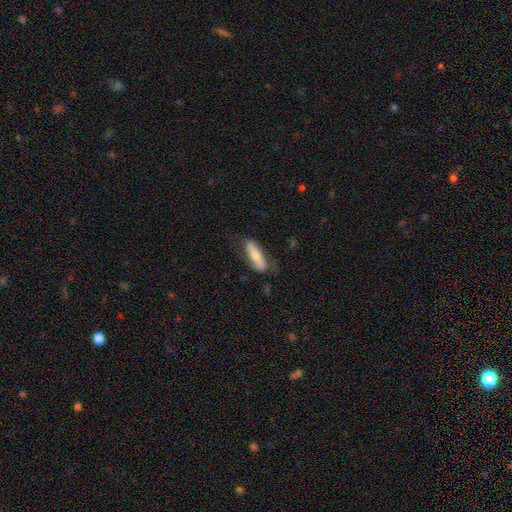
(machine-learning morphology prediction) smooth-or-featured: smooth: 61% | featured or disk: 33% | star or artifact: 6%
  how-rounded: cigar-shaped: 54% | in between: 44% | round: 2%
  merging: none: 68% | minor disturbance: 22% | major disturbance: 8% | merger: 2%